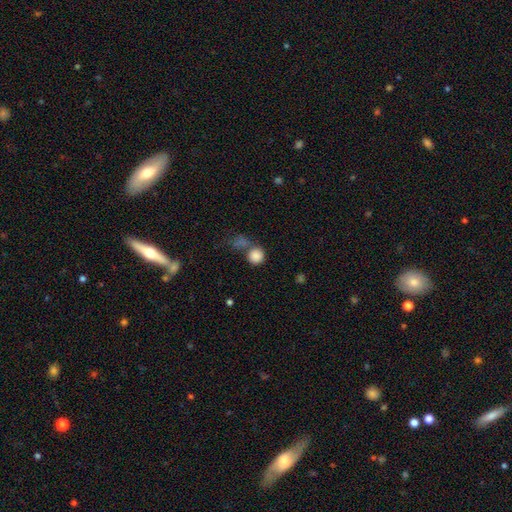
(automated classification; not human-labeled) smooth 85%, star or artifact 10%, featured or disk 5%. Down the decision tree: how rounded — round (90%); merging — none (56%).